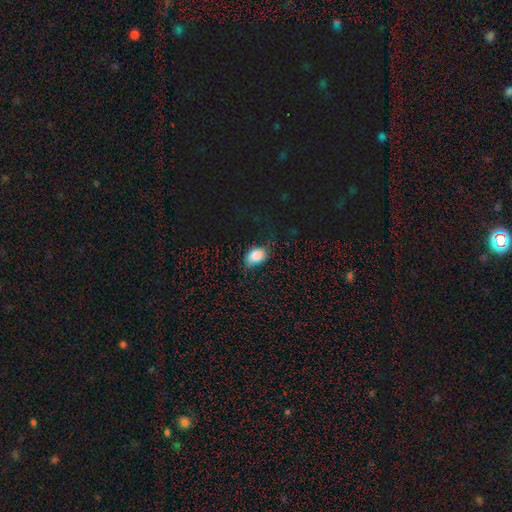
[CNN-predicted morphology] smooth-or-featured: smooth: 80% | star or artifact: 12% | featured or disk: 8%
  how-rounded: in between: 74% | round: 24% | cigar-shaped: 2%
  merging: none: 66% | minor disturbance: 23% | major disturbance: 9% | merger: 2%